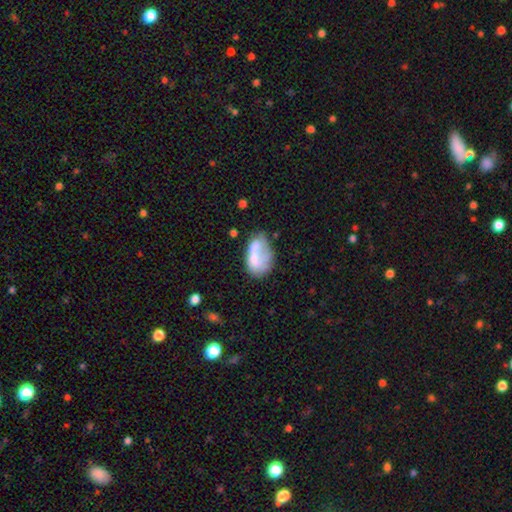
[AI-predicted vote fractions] A smooth galaxy with no disk features (56%) that is in between round and cigar-shaped (89%).

Vote fractions:
- Smooth or featured? smooth: 56% / featured or disk: 36% / star or artifact: 8%
- How rounded? in between: 89% / round: 9% / cigar-shaped: 2%
- Merging? none: 30% / major disturbance: 26% / minor disturbance: 25% / merger: 19%